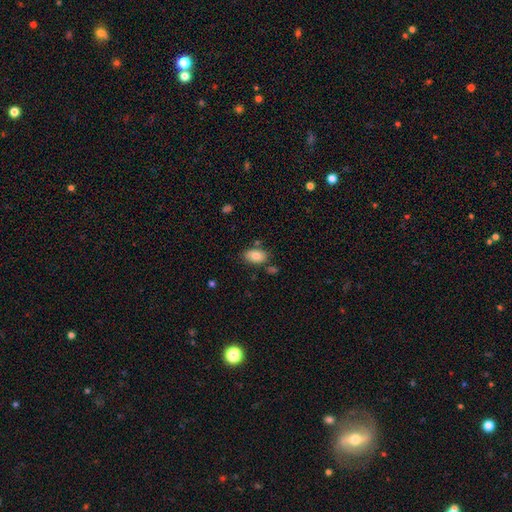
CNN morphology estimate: smooth 82%, featured or disk 11%, star or artifact 8%. Down the decision tree: how rounded — in between (90%); merging — none (74%).